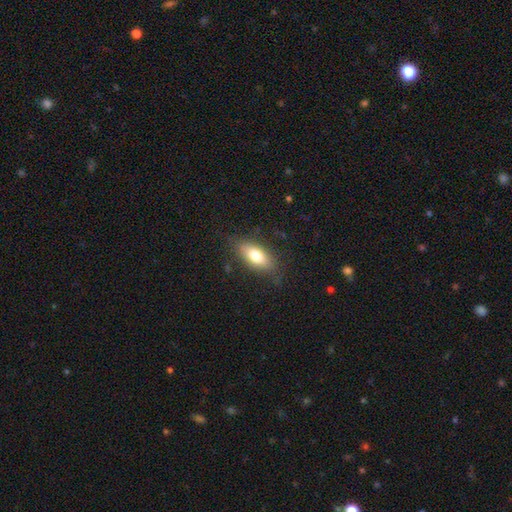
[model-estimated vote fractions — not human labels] Q: Smooth or featured?
A: smooth (74%); runner-up: featured or disk (19%)
Q: How rounded?
A: in between (83%); runner-up: cigar-shaped (13%)
Q: Merging?
A: none (80%); runner-up: minor disturbance (15%)